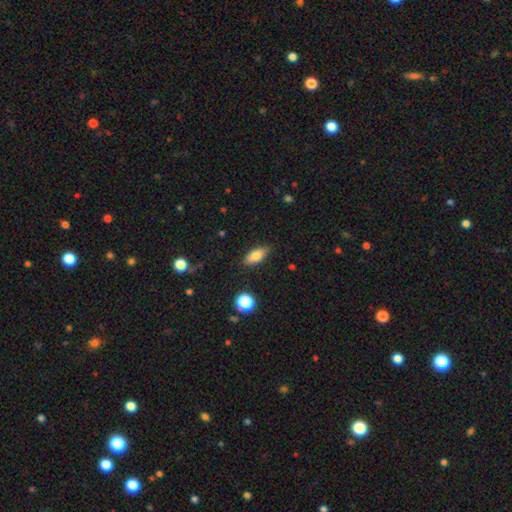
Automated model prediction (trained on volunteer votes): Smooth or featured? Predicted: smooth (p=0.76). How rounded? Predicted: in between (p=0.81). Merging? Predicted: none (p=0.85).